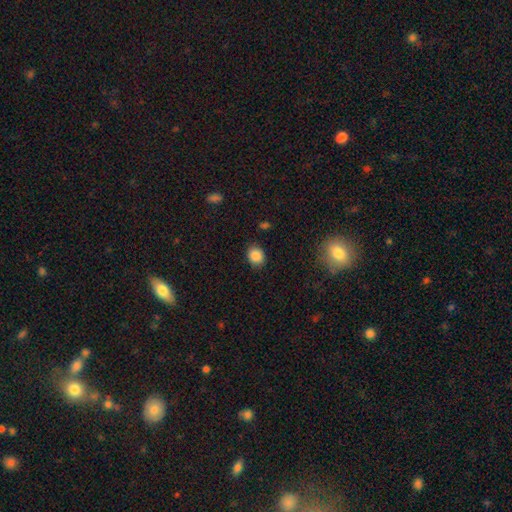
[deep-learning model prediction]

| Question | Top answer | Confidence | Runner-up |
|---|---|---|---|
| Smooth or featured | smooth | 87% | star or artifact (10%) |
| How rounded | round | 56% | in between (43%) |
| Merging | none | 84% | minor disturbance (11%) |